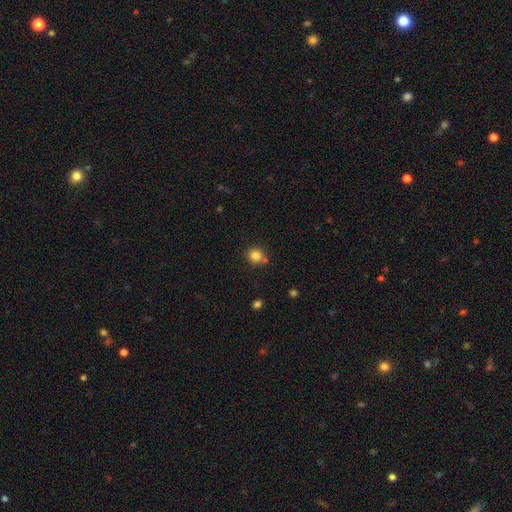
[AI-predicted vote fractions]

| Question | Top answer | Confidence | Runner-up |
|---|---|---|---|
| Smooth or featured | smooth | 83% | star or artifact (12%) |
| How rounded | round | 88% | in between (11%) |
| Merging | none | 73% | merger (13%) |